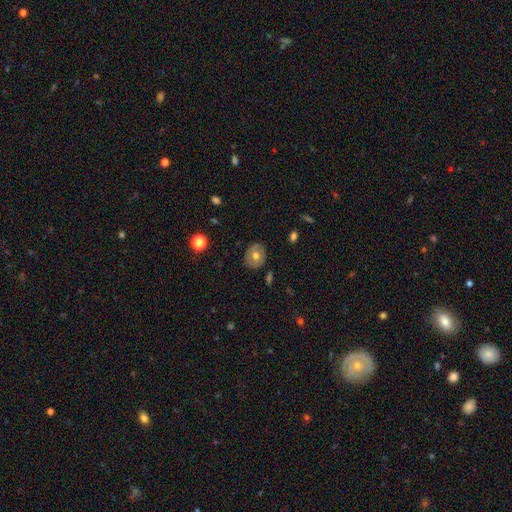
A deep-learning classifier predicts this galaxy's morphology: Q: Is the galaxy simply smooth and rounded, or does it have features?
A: smooth — 60%.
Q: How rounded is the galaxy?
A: round — 67%.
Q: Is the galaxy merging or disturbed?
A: none — 83%.